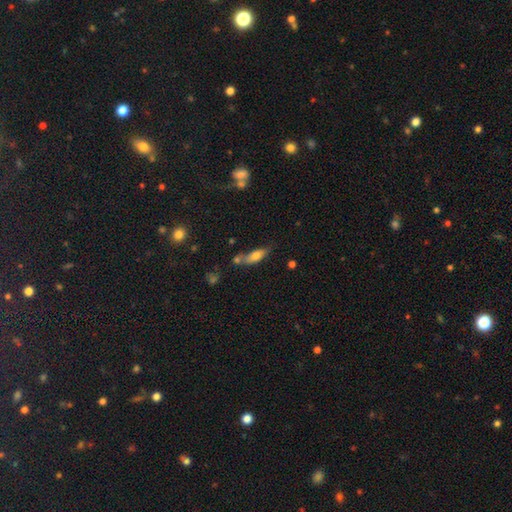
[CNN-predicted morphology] A smooth galaxy with no disk features (67%) that is in between round and cigar-shaped (62%). Merging: none (44%).